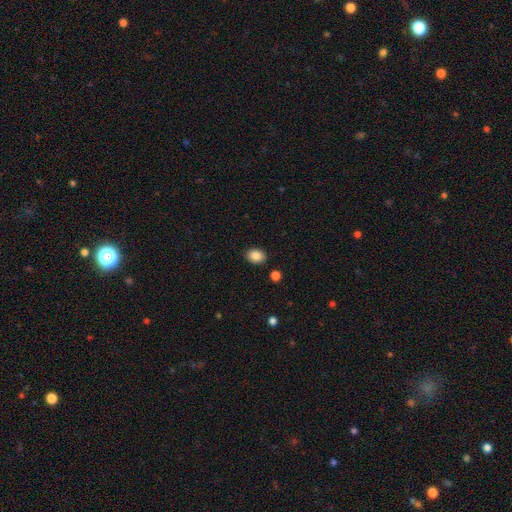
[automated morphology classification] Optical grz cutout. It shows a smooth galaxy with no disk features (87%) that is in between round and cigar-shaped (67%). Merging: none (87%).